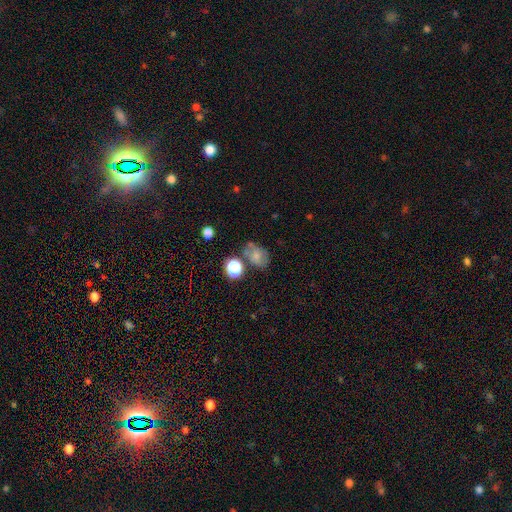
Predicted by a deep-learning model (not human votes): Smooth or featured? Predicted: smooth (p=0.63). How rounded? Predicted: in between (p=0.61). Merging? Predicted: none (p=0.52).